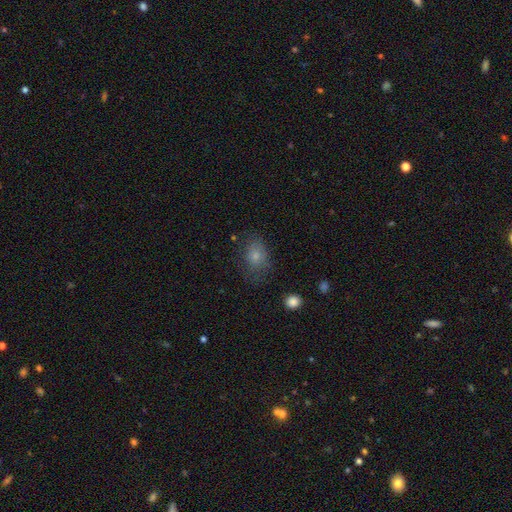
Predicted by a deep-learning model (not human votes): Overall: smooth (77%). How rounded: in between (70%). Merging: none (62%; minor disturbance 24%).